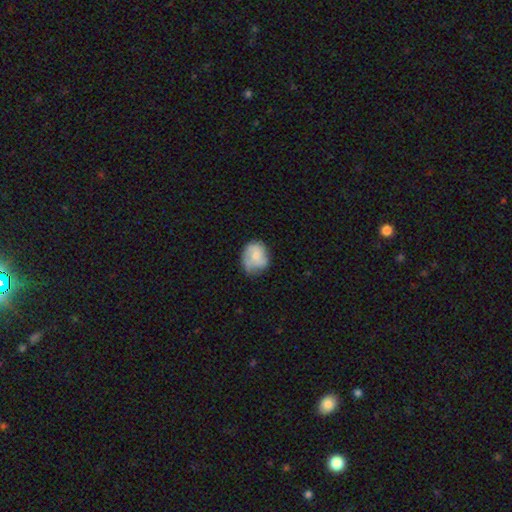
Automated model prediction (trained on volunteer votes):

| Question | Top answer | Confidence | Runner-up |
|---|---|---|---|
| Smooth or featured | smooth | 58% | featured or disk (35%) |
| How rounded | round | 59% | in between (40%) |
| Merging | none | 52% | minor disturbance (33%) |